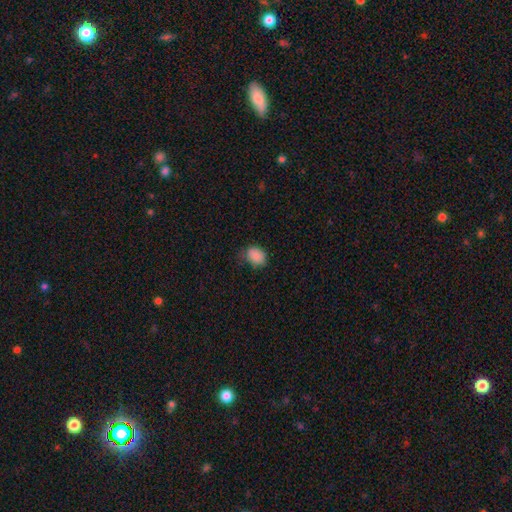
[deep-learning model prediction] smooth_or_featured: smooth (p=0.87) [alt: star or artifact p=0.09]
how_rounded: in between (p=0.66) [alt: round p=0.33]
merging: none (p=0.67) [alt: minor disturbance p=0.26]